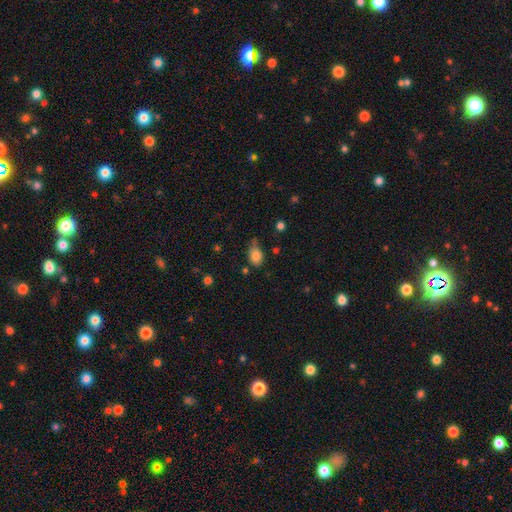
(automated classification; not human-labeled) Overall: smooth (83%). How rounded: in between (78%). Merging: none (48%; minor disturbance 36%).